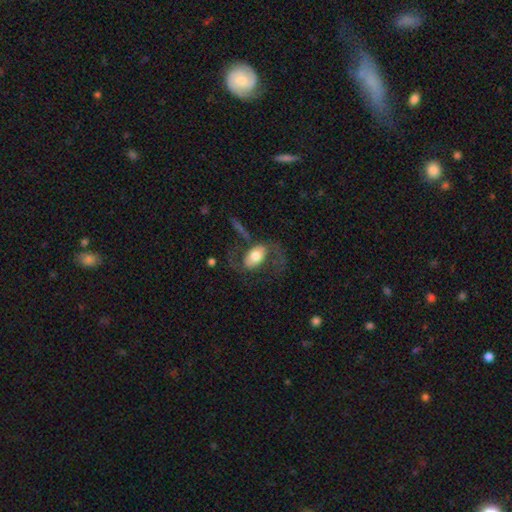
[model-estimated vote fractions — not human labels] Overall: featured or disk (55%; smooth 39%). Edge-on disk: no (93%). Bar: no (56%; weak 27%). Spiral arms: yes (70%; no 30%). Bulge size: moderate (53%; large 32%). Merging: none (49%; major disturbance 30%).